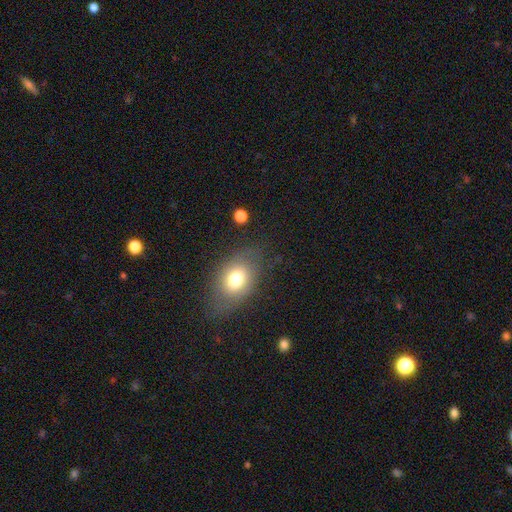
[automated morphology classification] Q: Smooth or featured?
A: smooth (68%); runner-up: star or artifact (20%)
Q: How rounded?
A: in between (71%); runner-up: round (27%)
Q: Merging?
A: none (85%); runner-up: minor disturbance (10%)